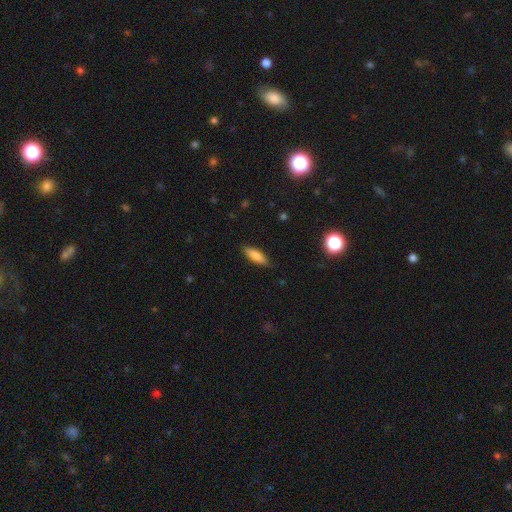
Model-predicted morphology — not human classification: The model was most divided on "how rounded": in between: 52%, cigar-shaped: 46%, round: 2%. More confident: merging — none (87%); smooth or featured — smooth (80%).